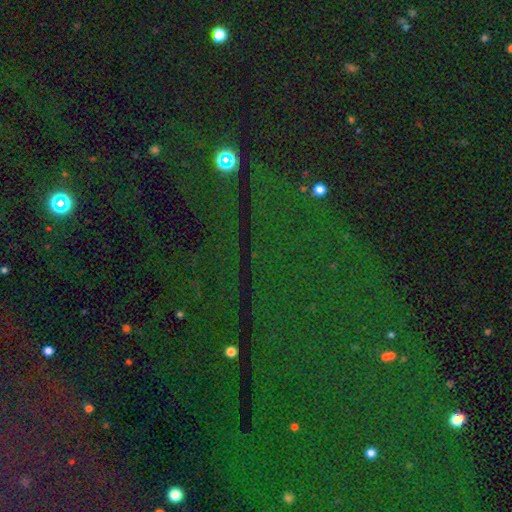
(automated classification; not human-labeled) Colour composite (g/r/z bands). It shows a star or artifact, not a galaxy (82%).